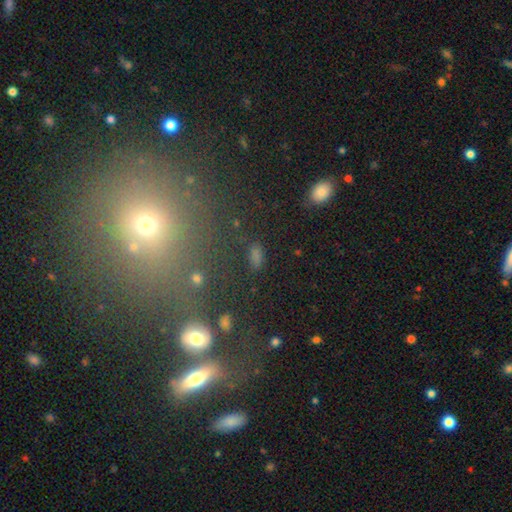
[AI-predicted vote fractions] A smooth galaxy with no disk features (62%) that is in between round and cigar-shaped (74%). Merging: none (74%).